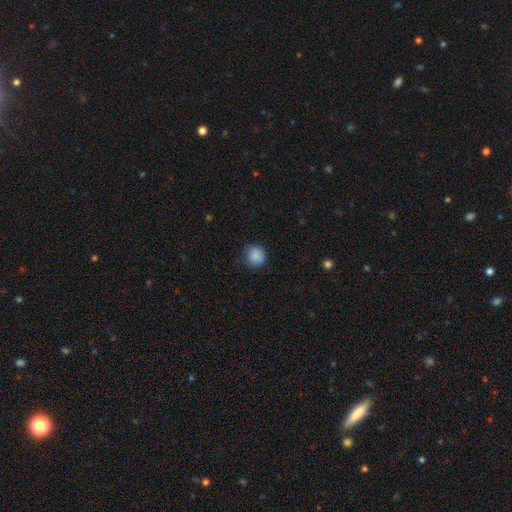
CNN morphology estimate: type=smooth (87%); roundness=round (86%); merging=none (79%).